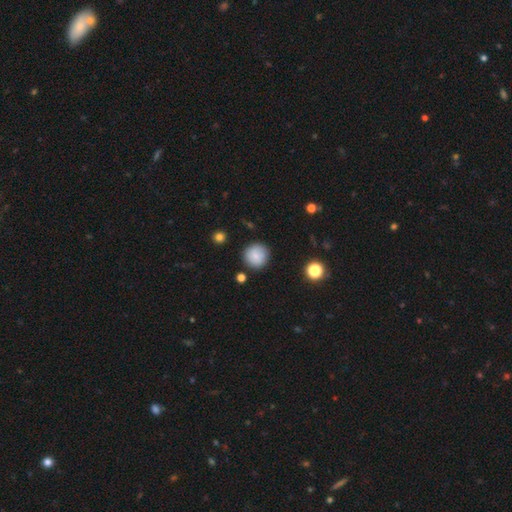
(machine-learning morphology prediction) A smooth galaxy with no disk features (81%) that is round (95%).

Vote fractions:
- Smooth or featured? smooth: 81% / featured or disk: 10% / star or artifact: 9%
- How rounded? round: 95% / in between: 4% / cigar-shaped: 1%
- Merging? none: 87% / minor disturbance: 8% / major disturbance: 2% / merger: 2%